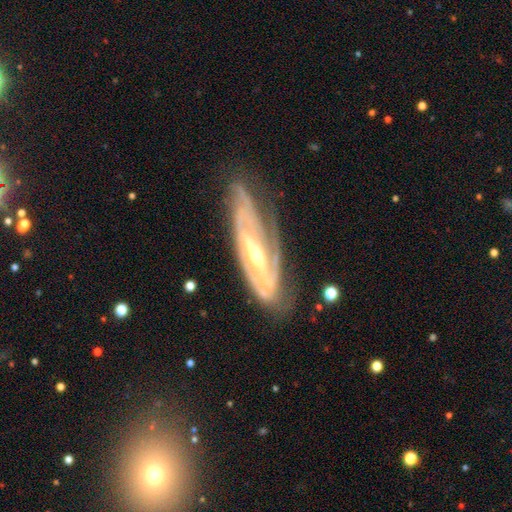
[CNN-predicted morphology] type=featured or disk (87%); edge-on=no (81%); bar=strong (43%); spiral arms=yes (93%); winding=tight (58%); arm count=2 (41%); bulge=small (56%); merging=none (65%).